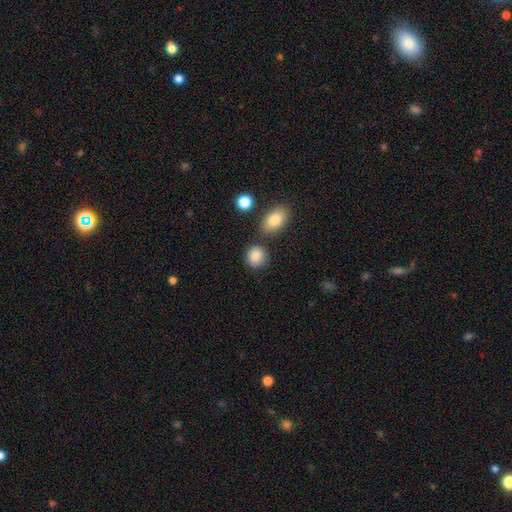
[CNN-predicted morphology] Smooth or featured: smooth — 85% (star or artifact — 9%)
How rounded: round — 83% (in between — 16%)
Merging: none — 79% (minor disturbance — 10%)